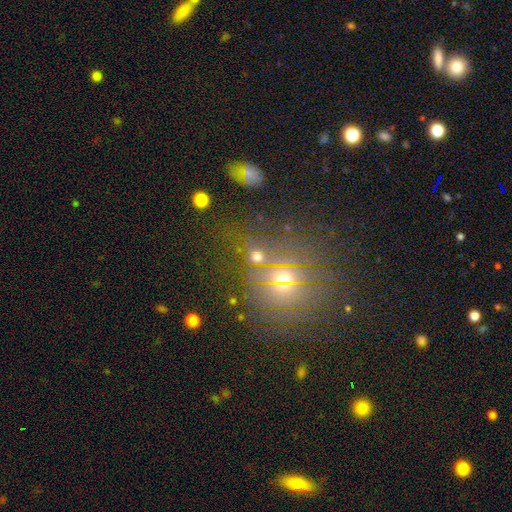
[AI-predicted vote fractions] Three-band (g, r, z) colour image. It shows a star or artifact, not a galaxy (53%).